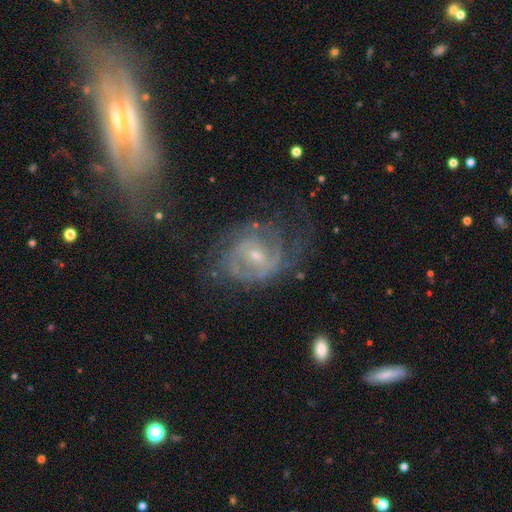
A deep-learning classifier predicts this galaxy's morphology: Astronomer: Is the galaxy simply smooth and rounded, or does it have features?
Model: featured or disk — 83%.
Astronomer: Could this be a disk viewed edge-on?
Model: no — 97%.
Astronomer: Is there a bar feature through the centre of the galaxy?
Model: weak — 48% (runner-up: no, 39%).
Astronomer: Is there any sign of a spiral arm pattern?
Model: yes — 90%.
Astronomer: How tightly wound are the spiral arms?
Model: tight — 46% (runner-up: medium, 40%).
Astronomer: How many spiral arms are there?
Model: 2 — 45% (runner-up: can't tell, 30%).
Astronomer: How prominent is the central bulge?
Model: small — 66%.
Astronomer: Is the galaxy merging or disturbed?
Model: none — 54%.